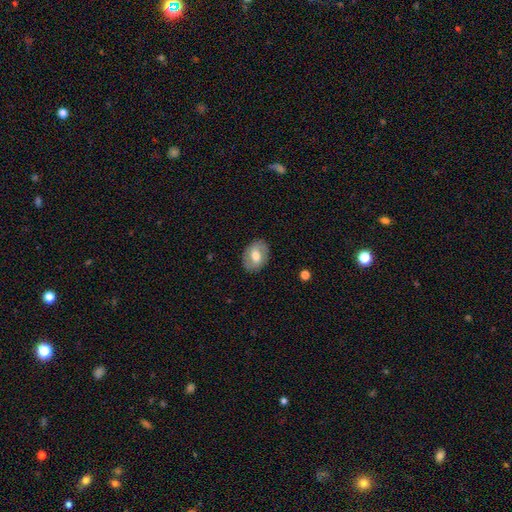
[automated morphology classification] Q: Smooth or featured?
A: smooth (57%); runner-up: featured or disk (36%)
Q: How rounded?
A: in between (71%); runner-up: round (27%)
Q: Merging?
A: none (85%); runner-up: minor disturbance (11%)